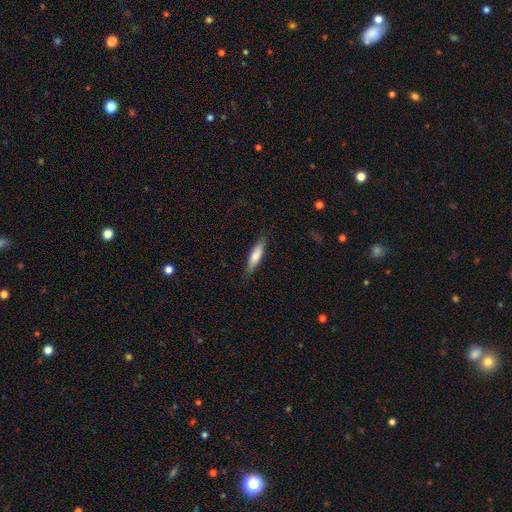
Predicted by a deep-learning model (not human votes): Overall: smooth (76%). How rounded: cigar-shaped (68%; in between 31%). Merging: none (85%).